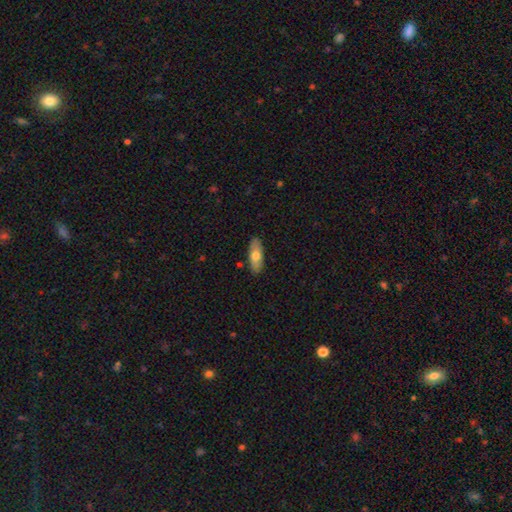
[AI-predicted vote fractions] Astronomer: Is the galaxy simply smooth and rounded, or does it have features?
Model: smooth — 67%.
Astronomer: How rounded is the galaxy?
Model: in between — 70%.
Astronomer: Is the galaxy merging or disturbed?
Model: none — 88%.